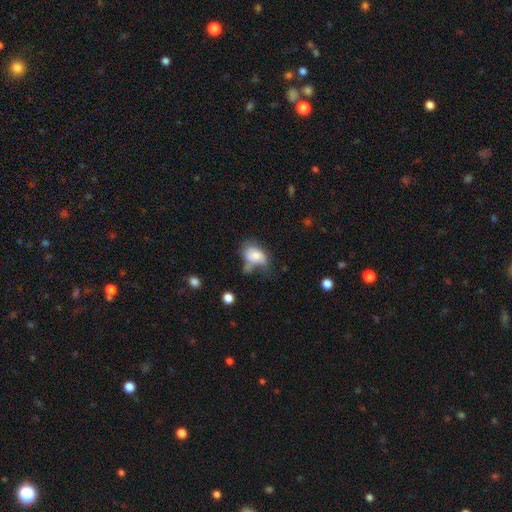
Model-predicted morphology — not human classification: A smooth galaxy with no disk features (71%) that is in between round and cigar-shaped (82%).

Vote fractions:
- Smooth or featured? smooth: 71% / featured or disk: 21% / star or artifact: 9%
- How rounded? in between: 82% / round: 17% / cigar-shaped: 1%
- Merging? none: 31% / minor disturbance: 29% / major disturbance: 21% / merger: 18%